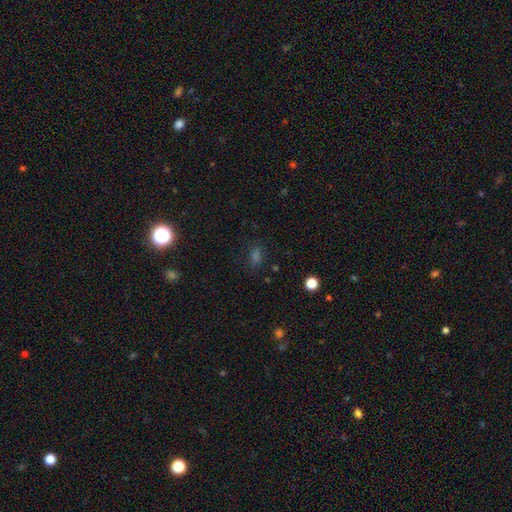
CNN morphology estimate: Smooth or featured?
  - smooth: 55% *
  - star or artifact: 35%
  - featured or disk: 10%
How rounded?
  - in between: 71% *
  - round: 22%
  - cigar-shaped: 7%
Merging?
  - none: 78% *
  - minor disturbance: 13%
  - major disturbance: 6%
  - merger: 2%